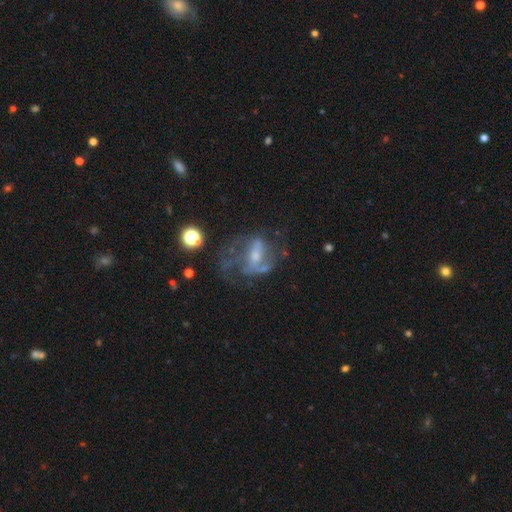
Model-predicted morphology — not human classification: This appears to be a featured or disk galaxy (71%) with a weak bar (40%), spiral arms (68%) and a small central bulge (41%). Merging: none (39%).